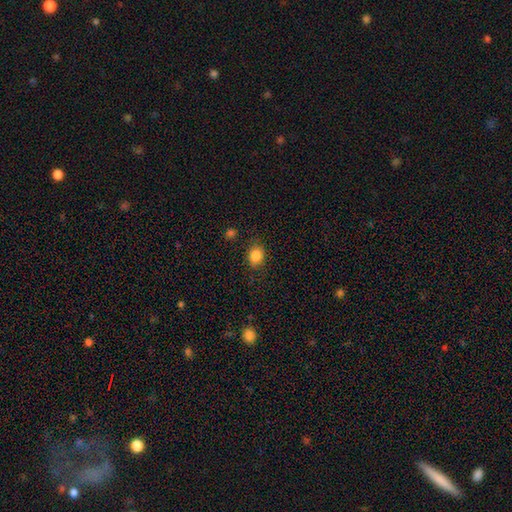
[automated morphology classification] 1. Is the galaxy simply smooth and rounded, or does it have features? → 85% smooth, 10% star or artifact, 5% featured or disk.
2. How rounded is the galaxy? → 53% in between, 46% round, 1% cigar-shaped.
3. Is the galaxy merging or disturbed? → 81% none, 13% minor disturbance, 4% major disturbance, 2% merger.